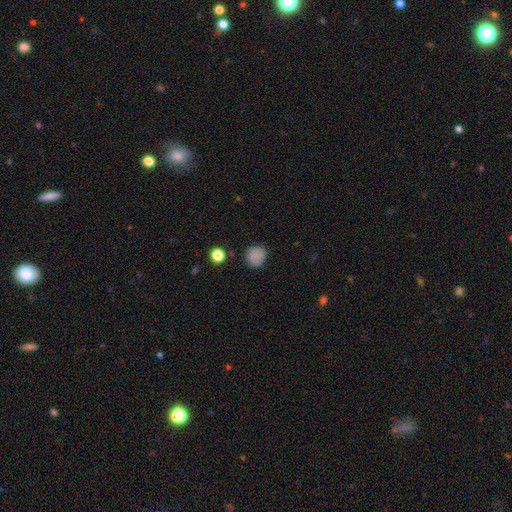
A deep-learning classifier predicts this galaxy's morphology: The model was most divided on "smooth or featured": smooth: 84%, star or artifact: 11%, featured or disk: 5%. More confident: how rounded — round (88%); merging — none (86%).